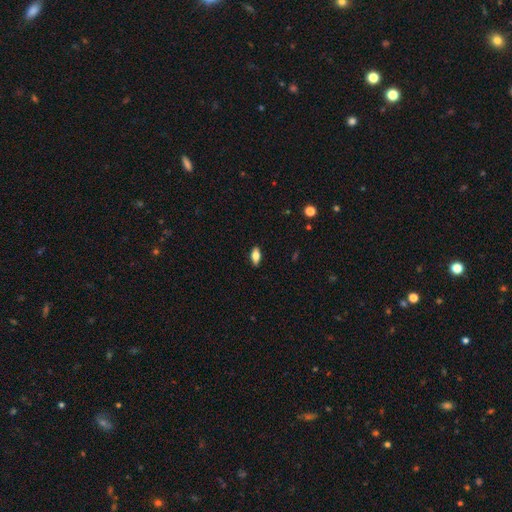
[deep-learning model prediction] Smooth or featured?
  - smooth: 76% *
  - featured or disk: 16%
  - star or artifact: 8%
How rounded?
  - in between: 86% *
  - cigar-shaped: 10%
  - round: 4%
Merging?
  - none: 87% *
  - minor disturbance: 10%
  - major disturbance: 2%
  - merger: 1%